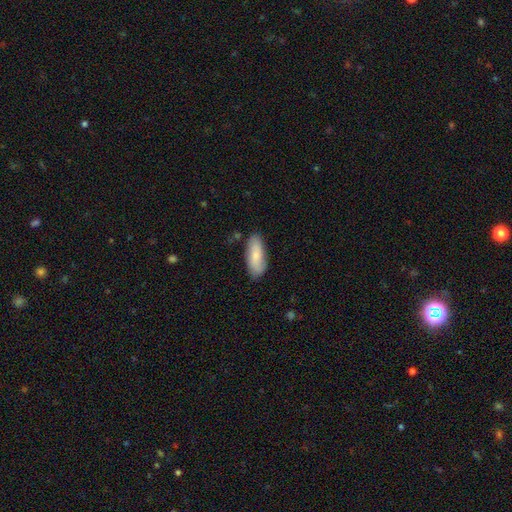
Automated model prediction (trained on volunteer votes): smooth_or_featured: smooth (p=0.77) [alt: featured or disk p=0.17]
how_rounded: in between (p=0.77) [alt: cigar-shaped p=0.21]
merging: none (p=0.78) [alt: minor disturbance p=0.17]